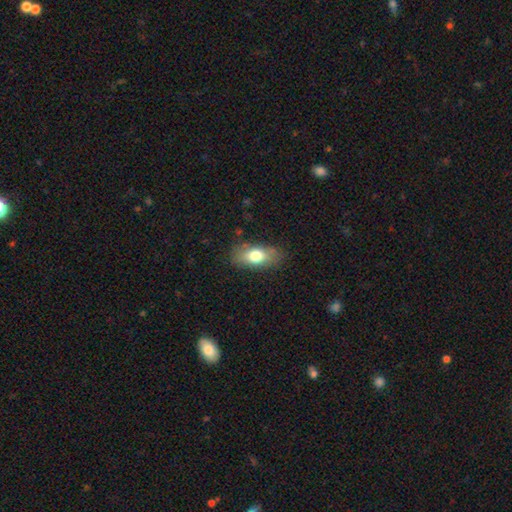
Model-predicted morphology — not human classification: smooth 71%, featured or disk 21%, star or artifact 8%. Down the decision tree: how rounded — in between (83%); merging — none (79%).